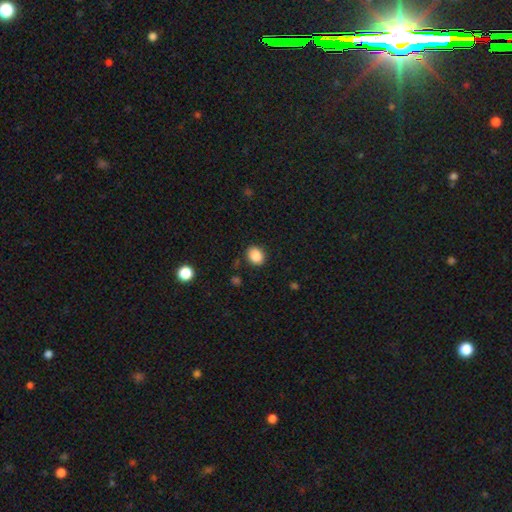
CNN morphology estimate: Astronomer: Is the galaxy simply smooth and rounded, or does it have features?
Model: smooth — 87%.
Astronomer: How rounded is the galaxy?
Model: round — 57% (runner-up: in between, 43%).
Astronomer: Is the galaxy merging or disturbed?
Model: none — 88%.